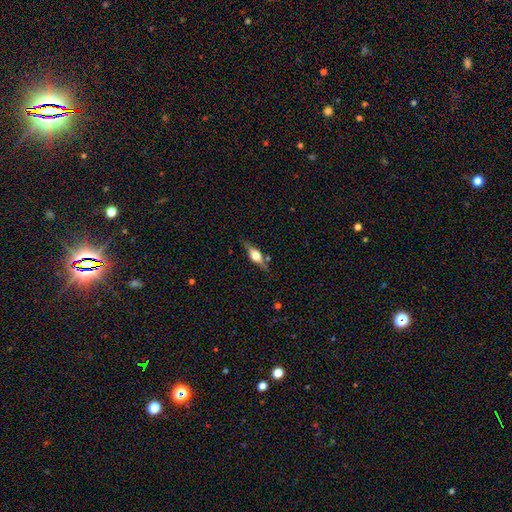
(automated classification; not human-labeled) smooth_or_featured: featured or disk (p=0.59) [alt: smooth p=0.33]
disk_edge_on: yes (p=0.93) [alt: no p=0.07]
edge_on_bulge: rounded (p=0.92) [alt: boxy p=0.06]
merging: none (p=0.77) [alt: minor disturbance p=0.15]